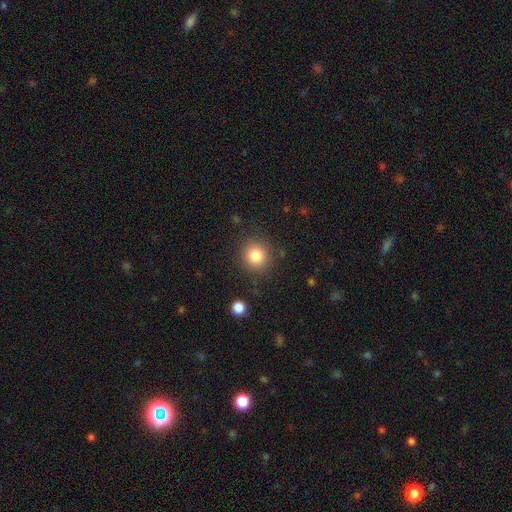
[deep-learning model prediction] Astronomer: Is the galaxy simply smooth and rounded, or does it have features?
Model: smooth — 83%.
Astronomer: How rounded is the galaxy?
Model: round — 91%.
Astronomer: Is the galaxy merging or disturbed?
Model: none — 86%.